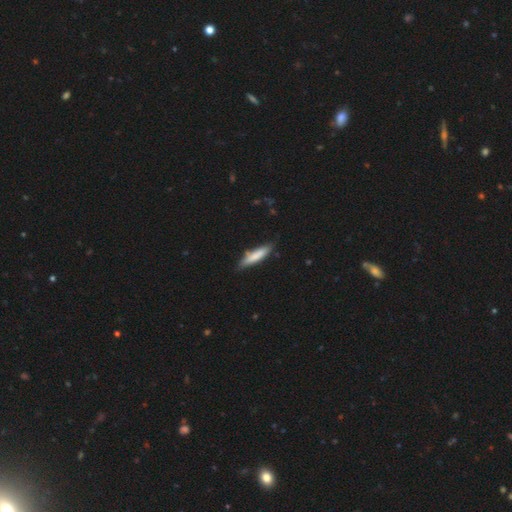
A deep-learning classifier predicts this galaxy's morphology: smooth_or_featured: smooth (p=0.76) [alt: featured or disk p=0.18]
how_rounded: cigar-shaped (p=0.79) [alt: in between p=0.20]
merging: none (p=0.78) [alt: minor disturbance p=0.17]